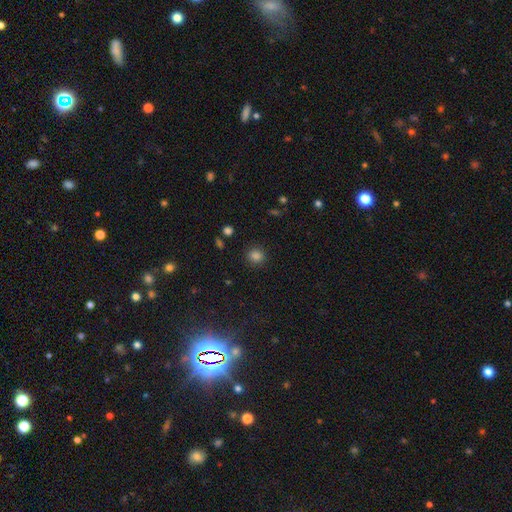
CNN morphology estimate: Smooth or featured?
  - smooth: 83% *
  - star or artifact: 13%
  - featured or disk: 4%
How rounded?
  - round: 81% *
  - in between: 18%
  - cigar-shaped: 1%
Merging?
  - none: 88% *
  - minor disturbance: 7%
  - major disturbance: 3%
  - merger: 1%